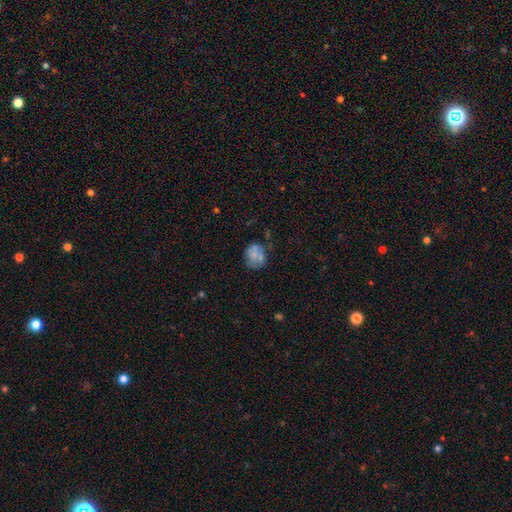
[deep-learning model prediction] Smooth or featured?
  - smooth: 60% *
  - featured or disk: 30%
  - star or artifact: 10%
How rounded?
  - round: 62% *
  - in between: 37%
  - cigar-shaped: 1%
Merging?
  - none: 48% *
  - minor disturbance: 23%
  - merger: 17%
  - major disturbance: 12%